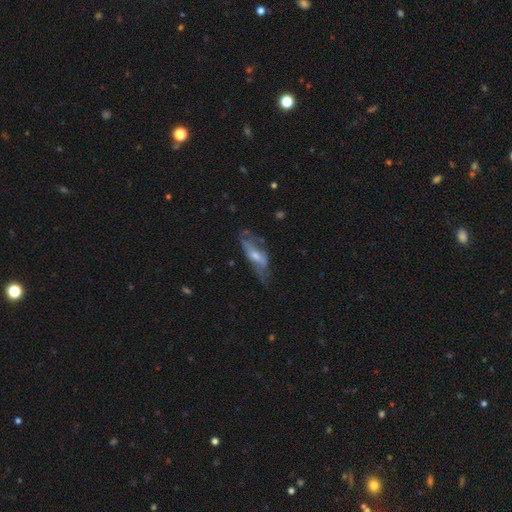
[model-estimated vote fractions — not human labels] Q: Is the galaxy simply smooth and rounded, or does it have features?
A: featured or disk — 63%.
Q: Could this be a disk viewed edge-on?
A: no — 69%.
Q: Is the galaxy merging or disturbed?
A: none — 46%.